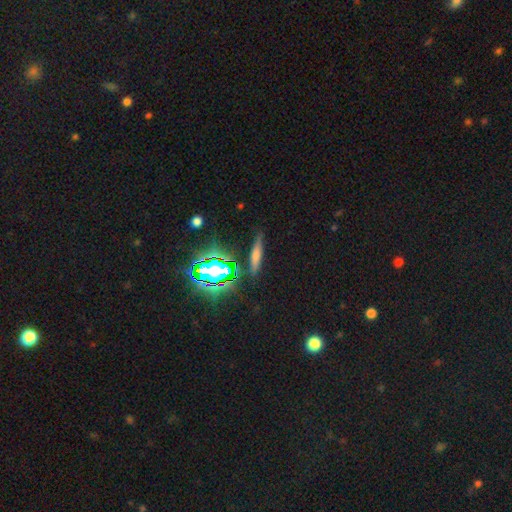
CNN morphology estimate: A smooth galaxy with no disk features (51%) that is cigar-shaped (80%).

Vote fractions:
- Smooth or featured? smooth: 51% / featured or disk: 27% / star or artifact: 22%
- How rounded? cigar-shaped: 80% / in between: 15% / round: 5%
- Merging? none: 81% / minor disturbance: 12% / major disturbance: 4% / merger: 3%